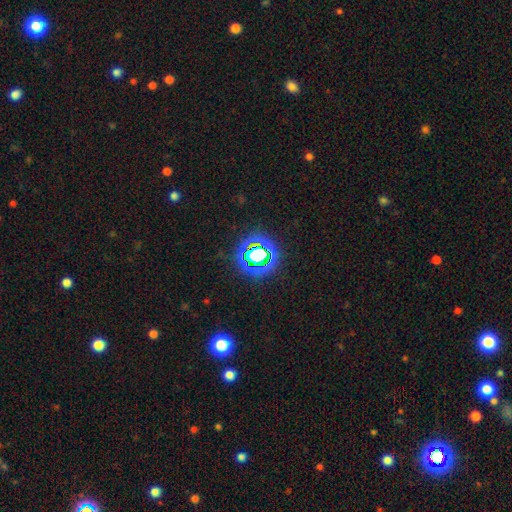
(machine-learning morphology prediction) The model was most divided on "smooth or featured": star or artifact: 68%, smooth: 20%, featured or disk: 12%.